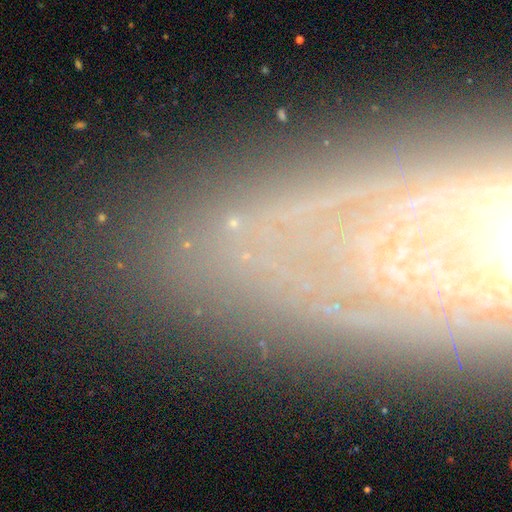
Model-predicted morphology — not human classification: Q: Smooth or featured?
A: featured or disk (41%); runner-up: star or artifact (37%)
Q: Merging?
A: none (78%); runner-up: minor disturbance (12%)